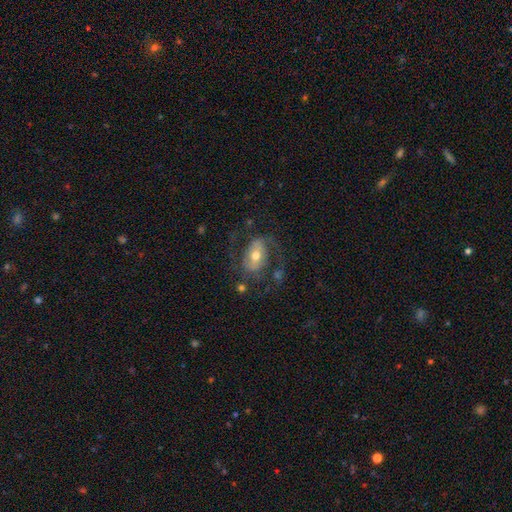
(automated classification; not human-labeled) Smooth or featured? Predicted: featured or disk (p=0.67). Edge-on disk? Predicted: no (p=0.95). Bar? Predicted: strong (p=0.37, tied with weak). Spiral arms? Predicted: yes (p=0.78). Bulge size? Predicted: moderate (p=0.67). Merging? Predicted: none (p=0.60).